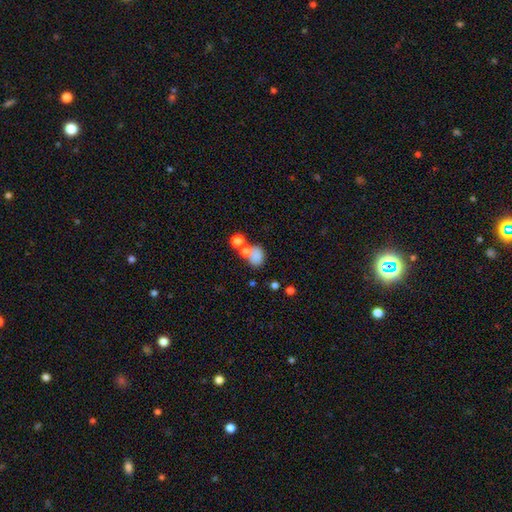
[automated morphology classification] type=smooth (74%); roundness=in between (55%); merging=none (40%).